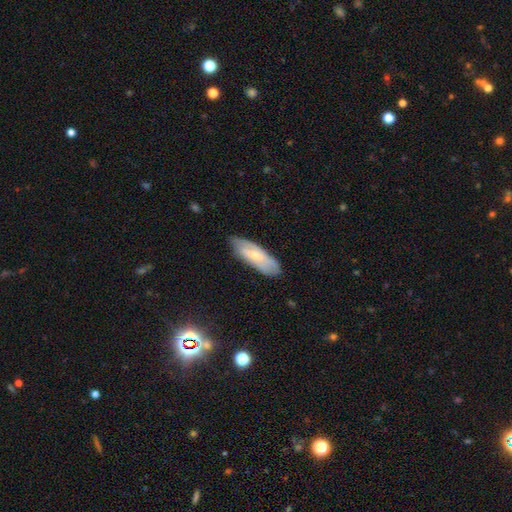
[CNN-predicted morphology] Overall: featured or disk (51%; smooth 42%). Edge-on disk: no (75%). Merging: none (75%).